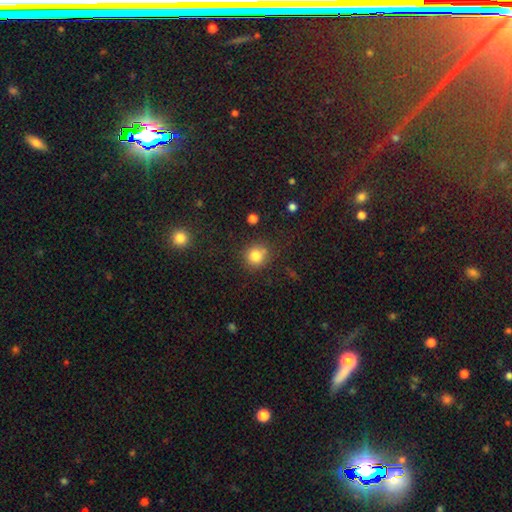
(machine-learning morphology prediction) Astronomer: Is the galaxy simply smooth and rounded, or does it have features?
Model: smooth — 82%.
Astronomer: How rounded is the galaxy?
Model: round — 89%.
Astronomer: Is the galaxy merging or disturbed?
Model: none — 76%.